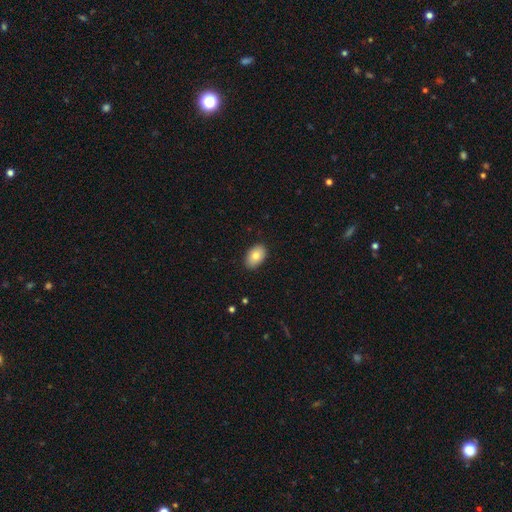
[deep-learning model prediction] smooth 81%, featured or disk 12%, star or artifact 7%. Down the decision tree: how rounded — in between (90%); merging — none (88%).